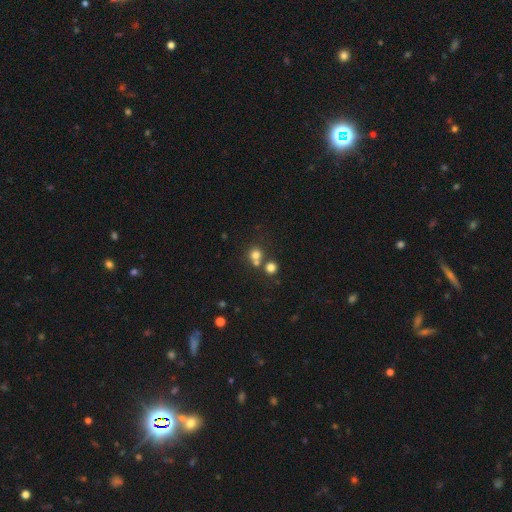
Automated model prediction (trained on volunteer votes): Smooth or featured? smooth (73%)
How rounded? round (87%)
Merging? none (55%)